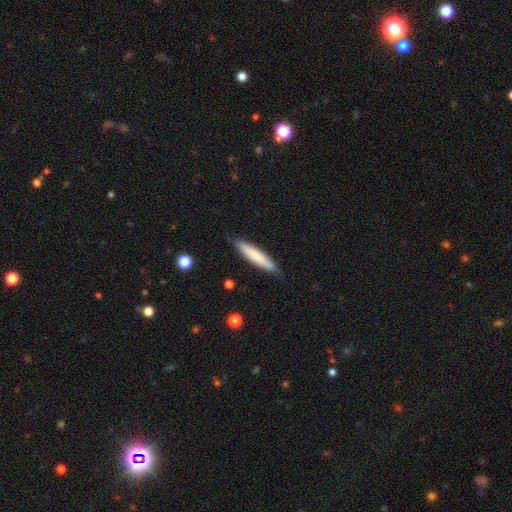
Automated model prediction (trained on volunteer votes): smooth_or_featured: smooth (p=0.78) [alt: featured or disk p=0.17]
how_rounded: cigar-shaped (p=0.88) [alt: in between p=0.11]
merging: none (p=0.86) [alt: minor disturbance p=0.11]